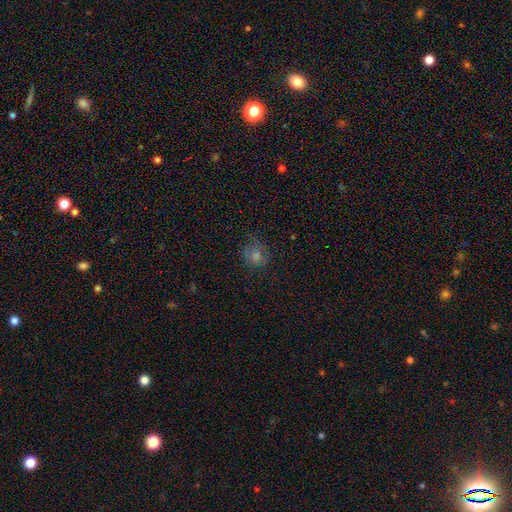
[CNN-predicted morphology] This is possibly a smooth galaxy (56%). How rounded: likely round (74%). Merging: likely none (65%).